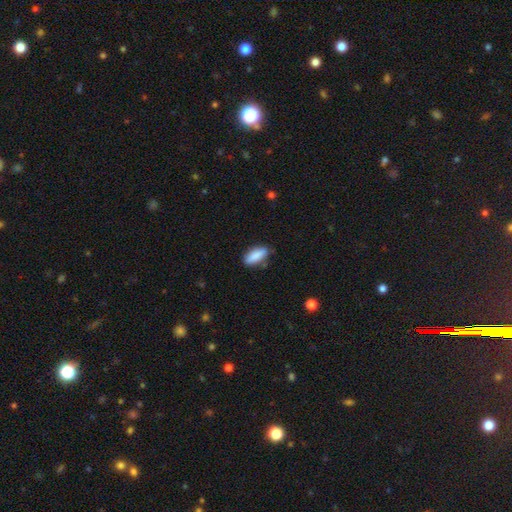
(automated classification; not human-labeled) The model was most divided on "how rounded": in between: 70%, cigar-shaped: 28%, round: 3%. More confident: smooth or featured — smooth (84%); merging — none (80%).